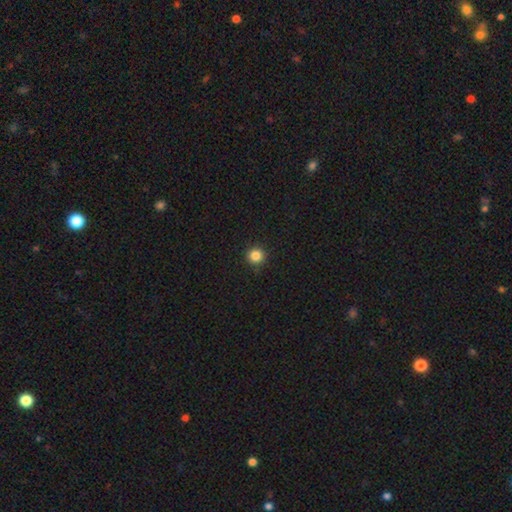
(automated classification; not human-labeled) This appears to be a smooth galaxy with no disk features (85%) that is round (95%). Merging: none (91%).